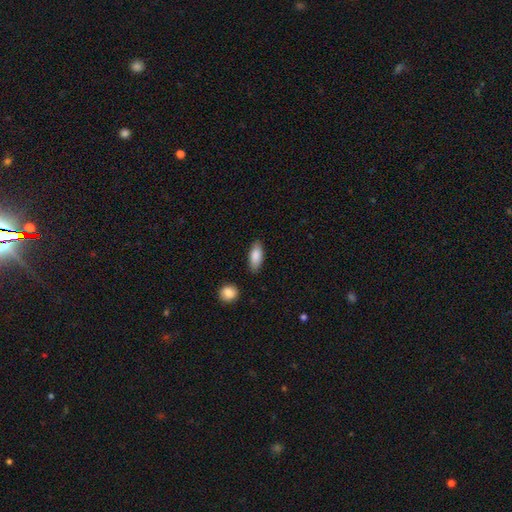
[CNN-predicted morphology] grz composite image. It shows a smooth galaxy with no disk features (85%) that is in between round and cigar-shaped (81%). Merging: none (84%).